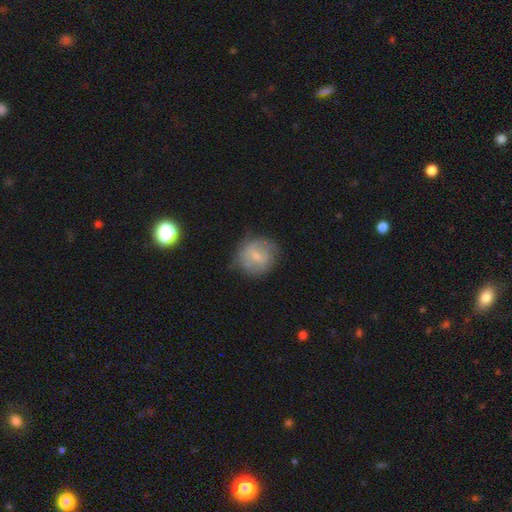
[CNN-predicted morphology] The model was most divided on "smooth or featured": smooth: 51%, featured or disk: 41%, star or artifact: 8%. More confident: how rounded — round (84%); merging — none (65%).